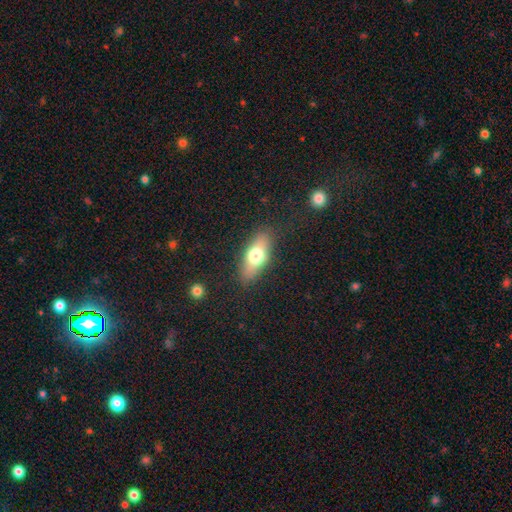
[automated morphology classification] The model was most divided on "smooth or featured": smooth: 64%, featured or disk: 28%, star or artifact: 8%. More confident: merging — none (84%); how rounded — in between (70%).